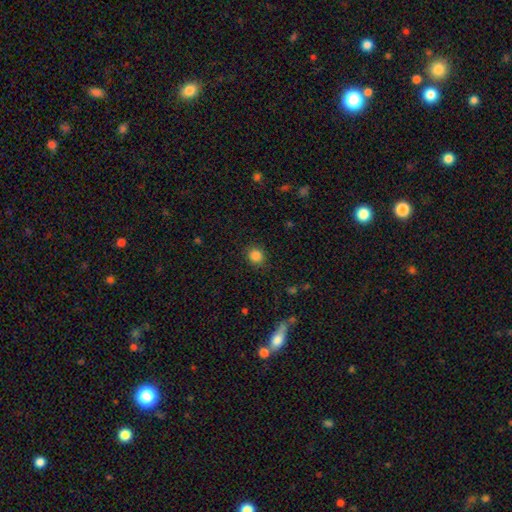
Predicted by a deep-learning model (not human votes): Smooth or featured: smooth — 85% (star or artifact — 12%)
How rounded: round — 85% (in between — 14%)
Merging: none — 89% (minor disturbance — 8%)